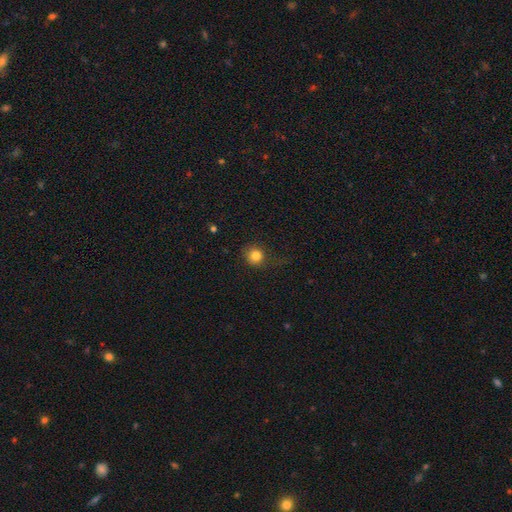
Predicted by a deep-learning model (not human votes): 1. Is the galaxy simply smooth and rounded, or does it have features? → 82% smooth, 12% star or artifact, 6% featured or disk.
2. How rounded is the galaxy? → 89% round, 10% in between, 1% cigar-shaped.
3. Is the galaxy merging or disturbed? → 74% none, 17% minor disturbance, 8% major disturbance, 1% merger.